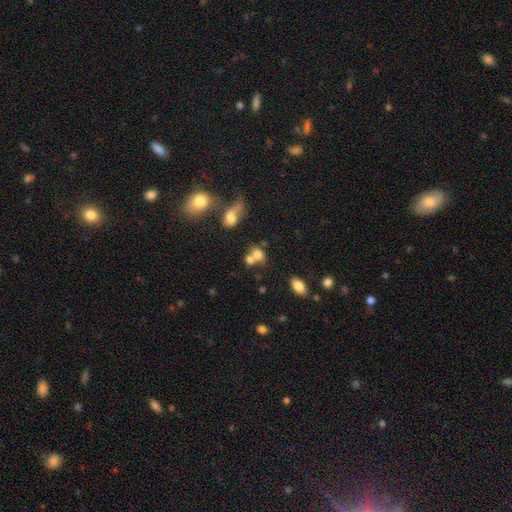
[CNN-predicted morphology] type=smooth (74%); roundness=round (53%); merging=merger (54%).